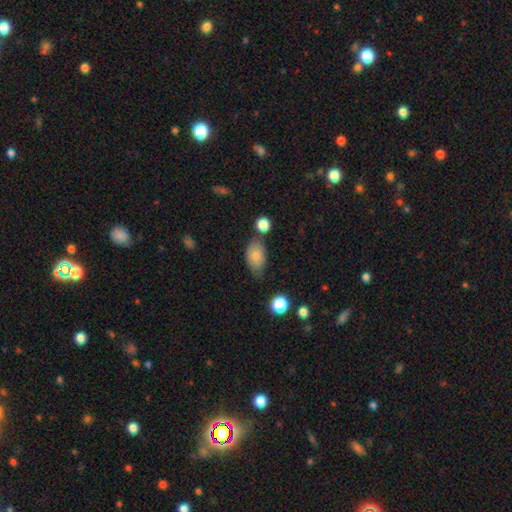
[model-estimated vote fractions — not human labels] Morphology: type=smooth (78%); roundness=in between (88%); merging=none (60%).